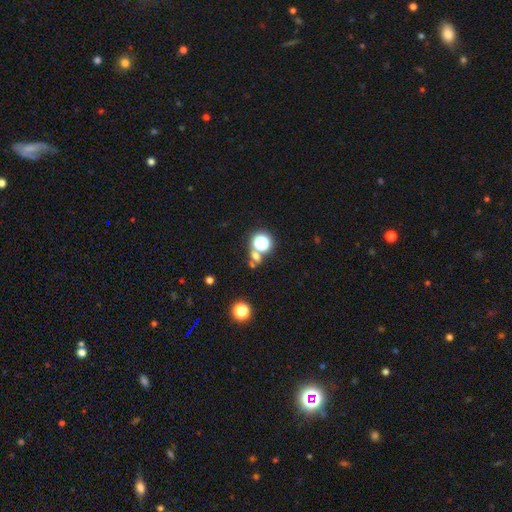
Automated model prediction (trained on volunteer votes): smooth_or_featured: smooth (p=0.47) [alt: star or artifact p=0.42]
merging: none (p=0.58) [alt: merger p=0.28]